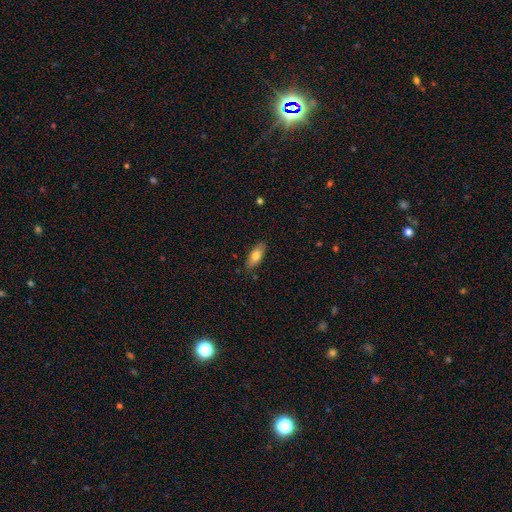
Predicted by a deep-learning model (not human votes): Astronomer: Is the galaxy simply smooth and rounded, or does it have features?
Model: smooth — 75%.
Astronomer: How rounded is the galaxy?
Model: in between — 76%.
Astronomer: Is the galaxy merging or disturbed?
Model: none — 85%.